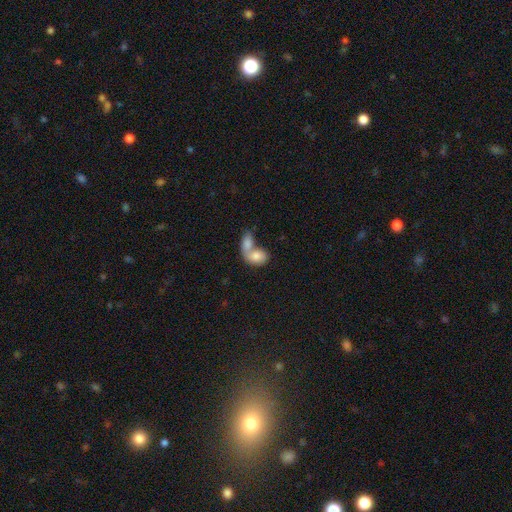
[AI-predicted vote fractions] This appears to be a smooth galaxy with no disk features (78%) that is in between round and cigar-shaped (80%). Merging: merger (76%).